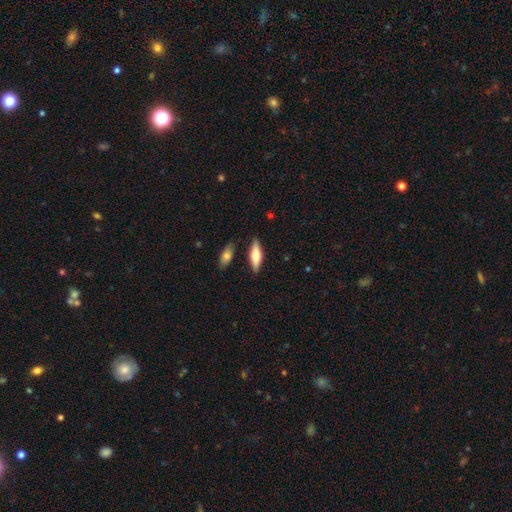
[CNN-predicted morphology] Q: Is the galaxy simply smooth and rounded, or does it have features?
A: smooth — 52%.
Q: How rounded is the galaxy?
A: in between — 50%.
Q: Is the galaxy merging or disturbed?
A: none — 84%.